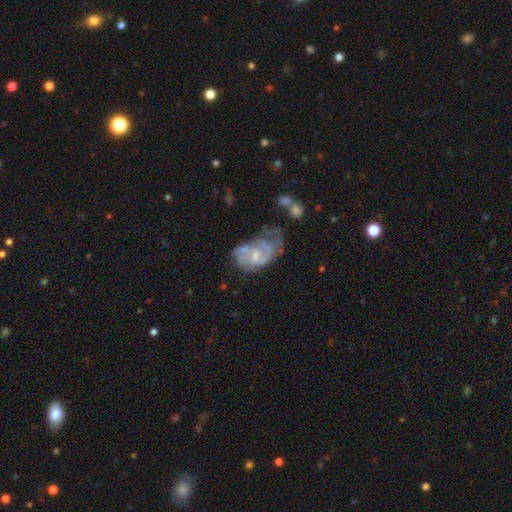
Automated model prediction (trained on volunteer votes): smooth-or-featured: featured or disk: 64% | smooth: 28% | star or artifact: 8%
  disk-edge-on: no: 97% | yes: 3%
    bar: no: 69% | weak: 27% | strong: 4%
    has-spiral-arms: yes: 58% | no: 42%
    bulge-size: small: 56% | moderate: 28% | none: 13% | large: 2% | dominant: 1%
  merging: major disturbance: 32% | none: 25% | minor disturbance: 24% | merger: 18%